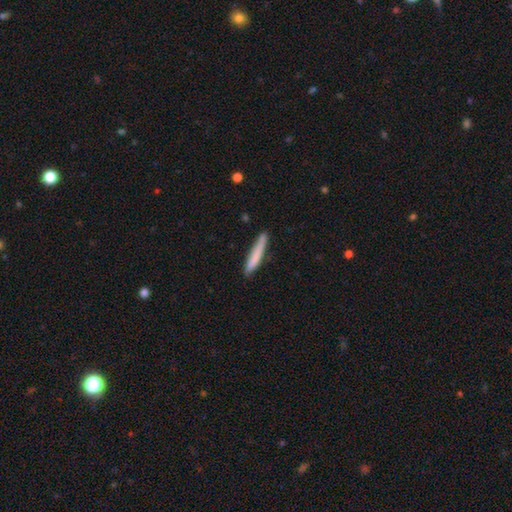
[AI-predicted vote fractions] Morphology: type=smooth (78%); roundness=cigar-shaped (95%); merging=none (84%).